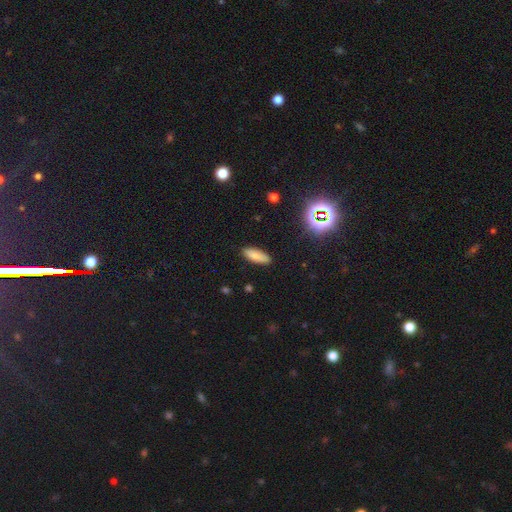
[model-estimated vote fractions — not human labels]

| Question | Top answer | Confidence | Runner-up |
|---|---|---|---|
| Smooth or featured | smooth | 83% | star or artifact (9%) |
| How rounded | in between | 66% | cigar-shaped (32%) |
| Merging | none | 88% | minor disturbance (9%) |